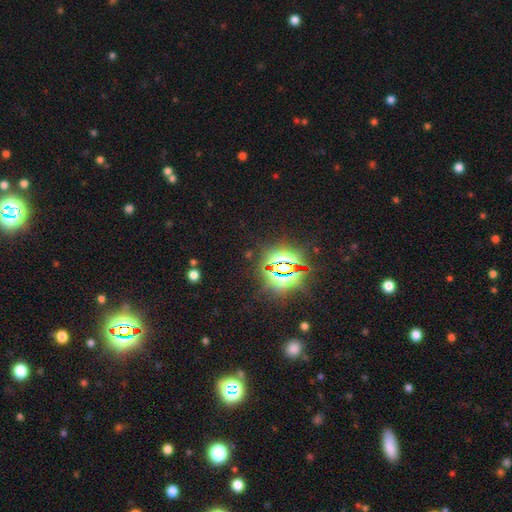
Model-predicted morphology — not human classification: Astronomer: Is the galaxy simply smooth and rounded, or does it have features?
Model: star or artifact — 84%.